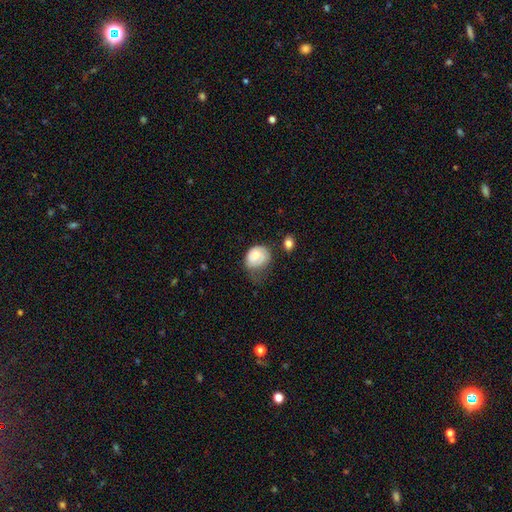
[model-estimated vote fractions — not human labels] Smooth or featured: smooth — 72% (featured or disk — 21%)
How rounded: in between — 50% (round — 49%)
Merging: minor disturbance — 39% (none — 29%)